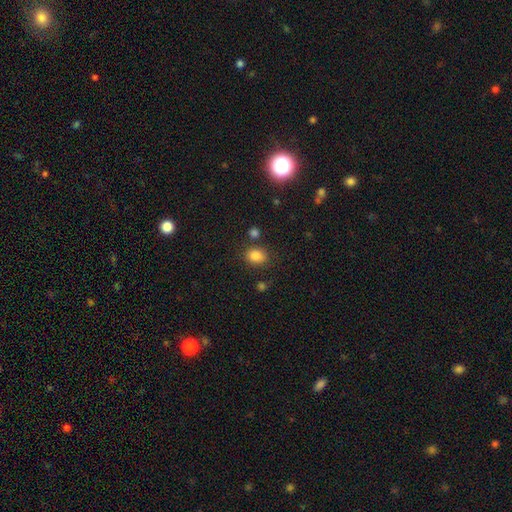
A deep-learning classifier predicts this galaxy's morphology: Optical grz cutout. It shows a smooth galaxy with no disk features (84%) that is round (53%). Merging: none (77%).